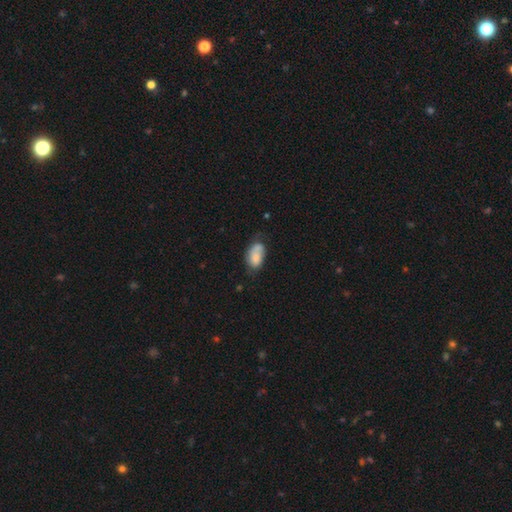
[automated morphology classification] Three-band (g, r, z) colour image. It shows a smooth galaxy with no disk features (72%) that is in between round and cigar-shaped (91%). Merging: none (43%).